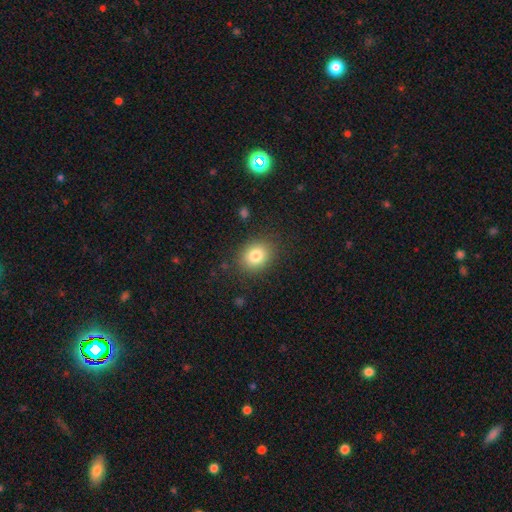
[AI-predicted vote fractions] This is clearly a smooth galaxy (81%). How rounded: possibly round (57%). Merging: clearly none (86%).